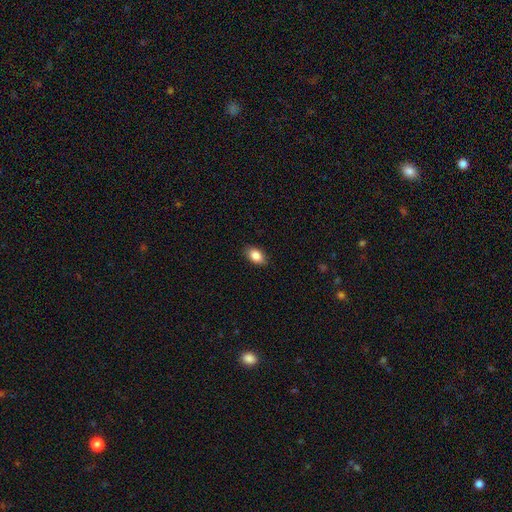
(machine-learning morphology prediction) Smooth or featured?
  - smooth: 86% *
  - star or artifact: 8%
  - featured or disk: 7%
How rounded?
  - in between: 89% *
  - round: 9%
  - cigar-shaped: 2%
Merging?
  - none: 88% *
  - minor disturbance: 9%
  - major disturbance: 2%
  - merger: 1%